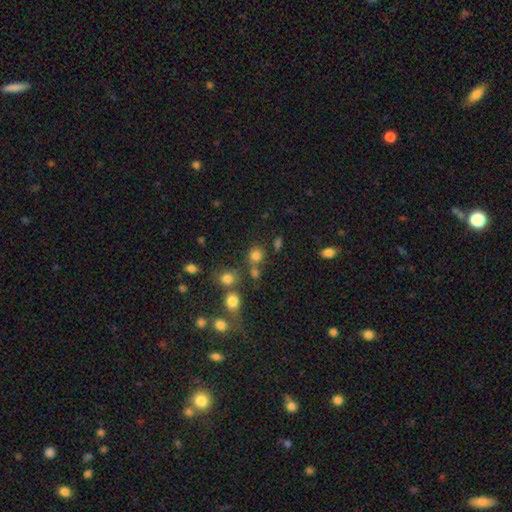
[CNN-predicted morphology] smooth-or-featured: smooth: 77% | star or artifact: 17% | featured or disk: 7%
  how-rounded: round: 84% | in between: 15% | cigar-shaped: 1%
  merging: none: 65% | merger: 19% | minor disturbance: 11% | major disturbance: 6%